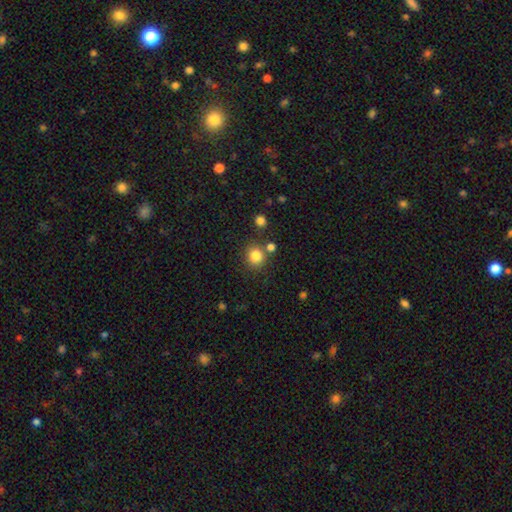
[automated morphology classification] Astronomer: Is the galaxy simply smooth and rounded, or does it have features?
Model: smooth — 82%.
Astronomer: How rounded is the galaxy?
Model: round — 87%.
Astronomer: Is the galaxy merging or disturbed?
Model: none — 77%.